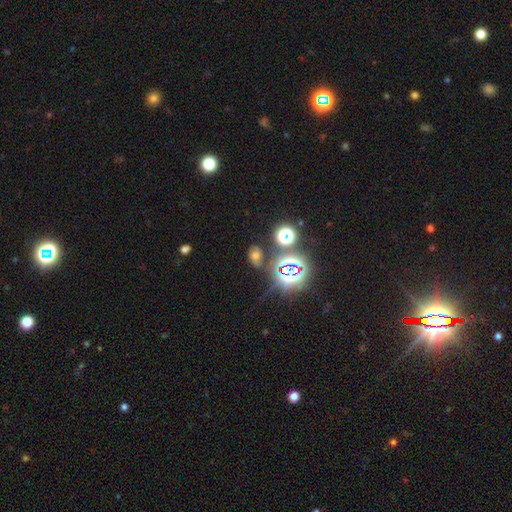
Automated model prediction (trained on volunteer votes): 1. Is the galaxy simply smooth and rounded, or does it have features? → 44% star or artifact, 36% smooth, 20% featured or disk.